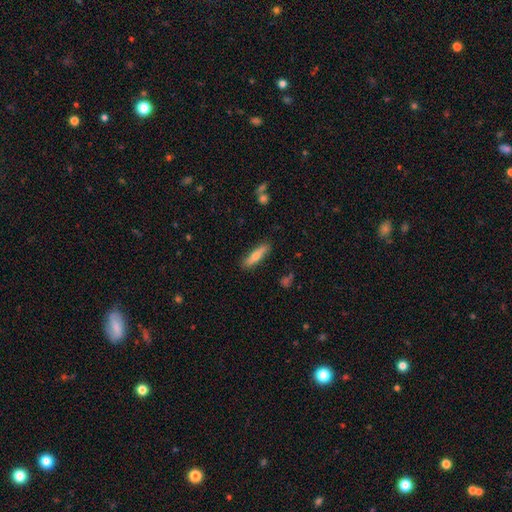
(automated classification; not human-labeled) A smooth galaxy with no disk features (65%) that is cigar-shaped (72%). Merging: none (86%).